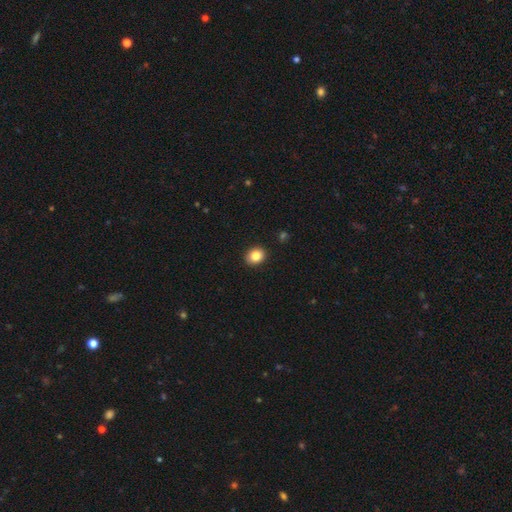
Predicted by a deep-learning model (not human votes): A smooth galaxy with no disk features (85%) that is round (60%).

Vote fractions:
- Smooth or featured? smooth: 85% / star or artifact: 9% / featured or disk: 5%
- How rounded? round: 60% / in between: 39% / cigar-shaped: 1%
- Merging? none: 90% / minor disturbance: 7% / major disturbance: 2% / merger: 1%